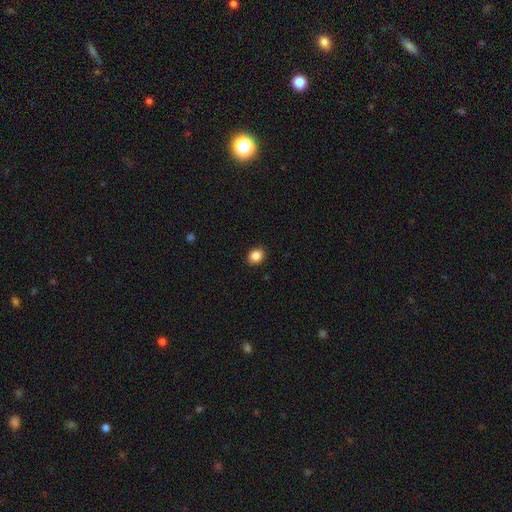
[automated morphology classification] This appears to be a smooth galaxy with no disk features (87%) that is round (61%). Merging: none (90%).